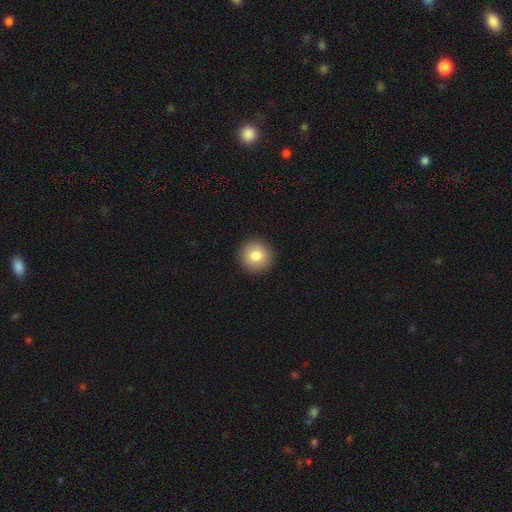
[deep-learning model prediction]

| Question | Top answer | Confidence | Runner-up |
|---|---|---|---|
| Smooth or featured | smooth | 82% | star or artifact (9%) |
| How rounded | round | 94% | in between (5%) |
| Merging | none | 92% | minor disturbance (5%) |